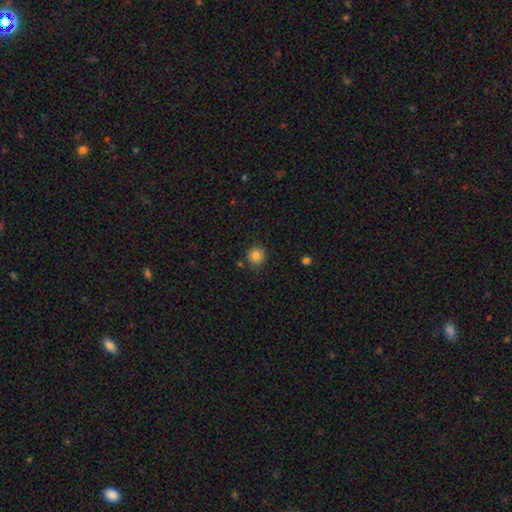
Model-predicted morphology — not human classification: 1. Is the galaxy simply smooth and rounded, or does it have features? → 83% smooth, 11% star or artifact, 6% featured or disk.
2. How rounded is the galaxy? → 94% round, 5% in between, 1% cigar-shaped.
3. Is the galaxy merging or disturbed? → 86% none, 9% minor disturbance, 3% merger, 2% major disturbance.